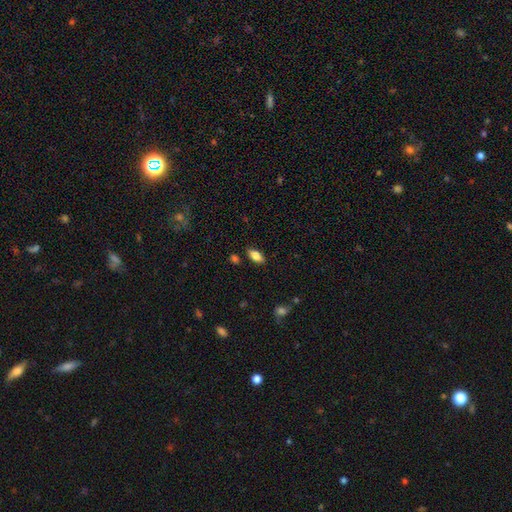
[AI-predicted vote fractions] This is likely a smooth galaxy (80%). How rounded: clearly in between (89%). Merging: clearly none (86%).